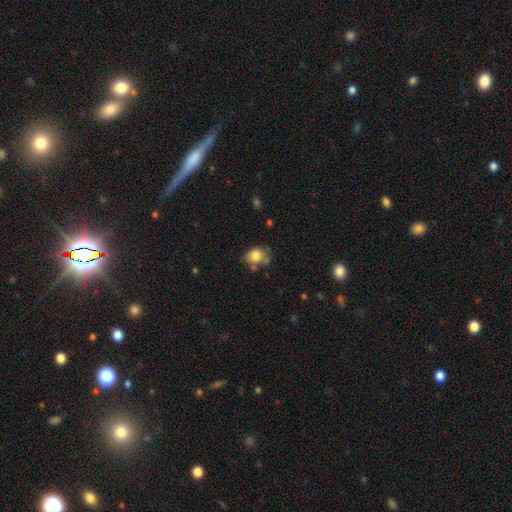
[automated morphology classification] Smooth or featured?
  - smooth: 77% *
  - featured or disk: 14%
  - star or artifact: 9%
How rounded?
  - in between: 51% *
  - round: 48%
  - cigar-shaped: 1%
Merging?
  - none: 47% *
  - minor disturbance: 27%
  - merger: 16%
  - major disturbance: 11%